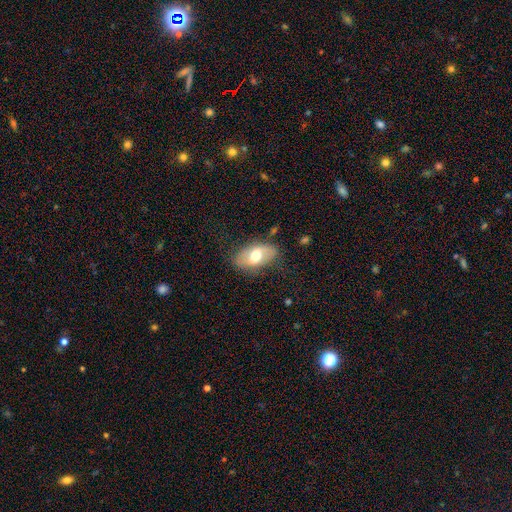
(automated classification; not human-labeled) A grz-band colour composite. It shows a smooth galaxy with no disk features (59%) that is in between round and cigar-shaped (91%). Merging: none (75%).